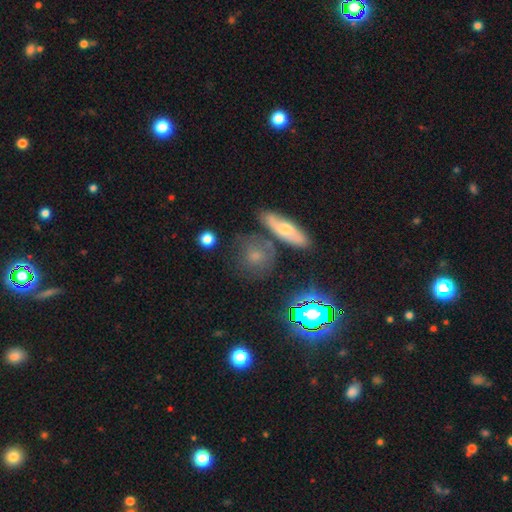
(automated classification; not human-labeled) smooth_or_featured: smooth (p=0.55) [alt: star or artifact p=0.24]
how_rounded: round (p=0.70) [alt: in between p=0.22]
merging: none (p=0.69) [alt: minor disturbance p=0.15]